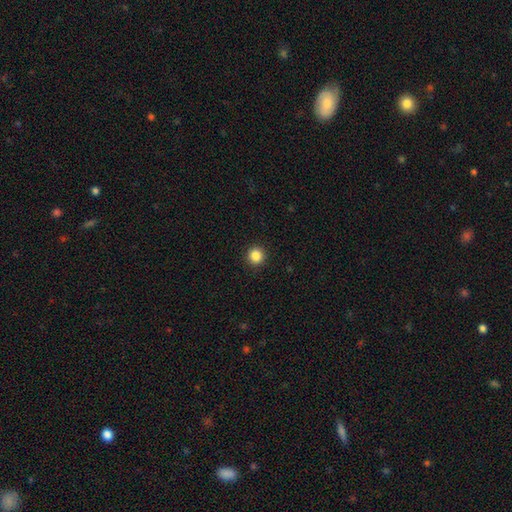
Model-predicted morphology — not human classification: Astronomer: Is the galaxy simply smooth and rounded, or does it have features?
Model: smooth — 86%.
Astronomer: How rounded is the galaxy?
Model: round — 95%.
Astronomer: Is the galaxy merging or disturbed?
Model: none — 93%.